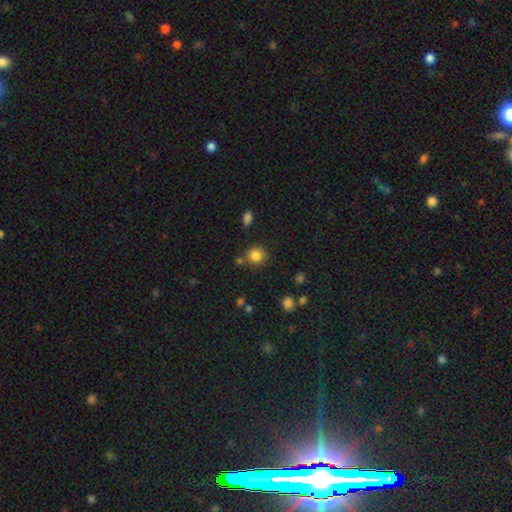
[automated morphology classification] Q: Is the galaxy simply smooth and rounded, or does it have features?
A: smooth — 83%.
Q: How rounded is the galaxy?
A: round — 86%.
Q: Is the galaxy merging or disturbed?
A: none — 78%.